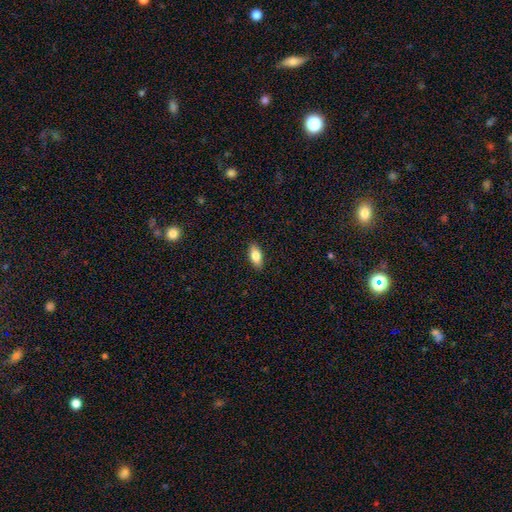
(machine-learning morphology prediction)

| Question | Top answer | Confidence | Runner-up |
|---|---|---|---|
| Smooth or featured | smooth | 80% | featured or disk (13%) |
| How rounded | in between | 86% | cigar-shaped (11%) |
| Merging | none | 89% | minor disturbance (8%) |